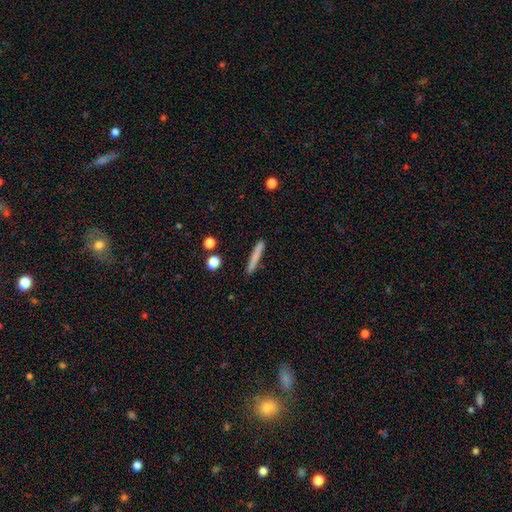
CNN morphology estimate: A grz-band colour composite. It shows a smooth galaxy with no disk features (73%) that is cigar-shaped (95%). Merging: none (88%).